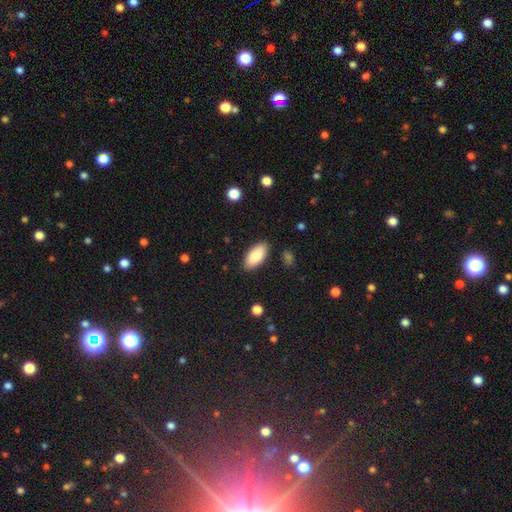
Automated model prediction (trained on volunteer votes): Smooth or featured? smooth (83%)
How rounded? in between (91%)
Merging? none (87%)